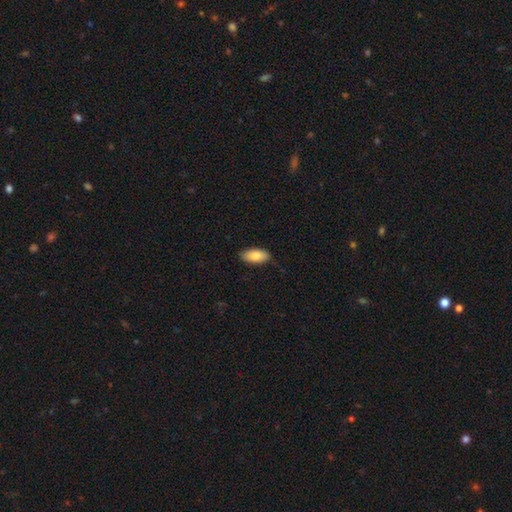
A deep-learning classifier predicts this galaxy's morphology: smooth-or-featured: smooth: 84% | featured or disk: 10% | star or artifact: 6%
  how-rounded: in between: 90% | cigar-shaped: 8% | round: 2%
  merging: none: 81% | minor disturbance: 15% | major disturbance: 2% | merger: 1%